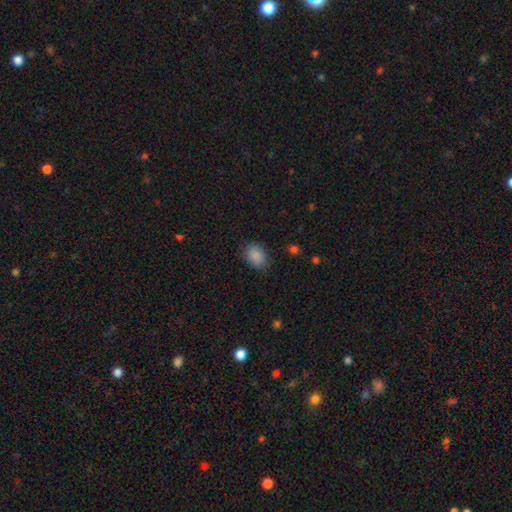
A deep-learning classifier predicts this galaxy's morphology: Q: Smooth or featured?
A: smooth (87%); runner-up: star or artifact (9%)
Q: How rounded?
A: in between (76%); runner-up: round (23%)
Q: Merging?
A: none (82%); runner-up: minor disturbance (14%)